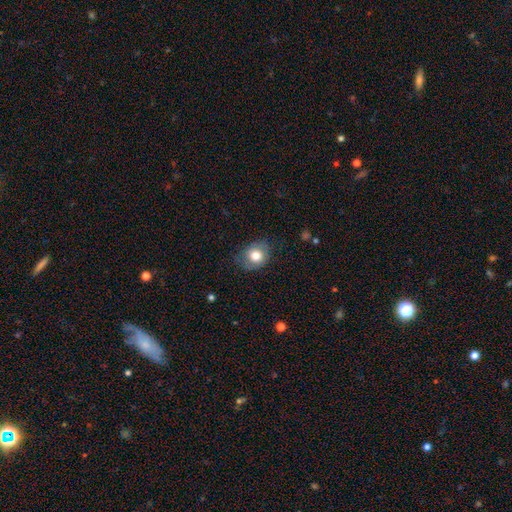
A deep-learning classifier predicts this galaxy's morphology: A smooth galaxy with no disk features (78%) that is round (58%). Merging: none (72%).